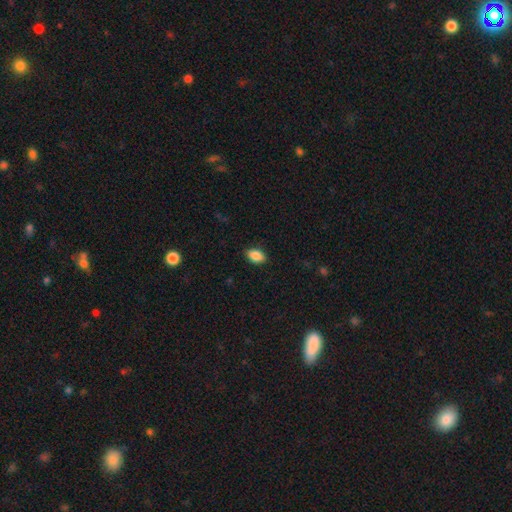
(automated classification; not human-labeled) smooth_or_featured: smooth (p=0.88) [alt: star or artifact p=0.08]
how_rounded: in between (p=0.88) [alt: round p=0.10]
merging: none (p=0.88) [alt: minor disturbance p=0.09]